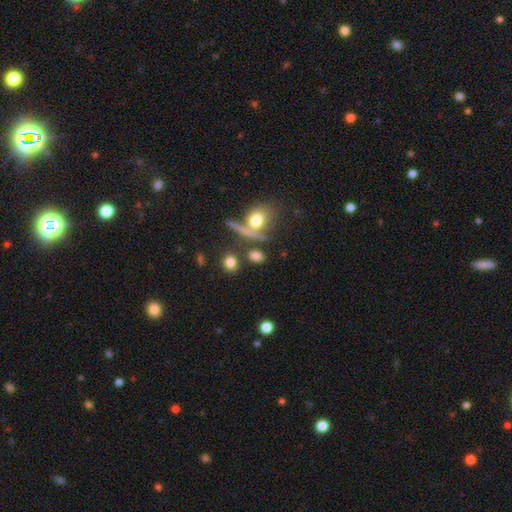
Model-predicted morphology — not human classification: Overall: smooth (76%). How rounded: in between (49%; round 40%). Merging: none (71%).